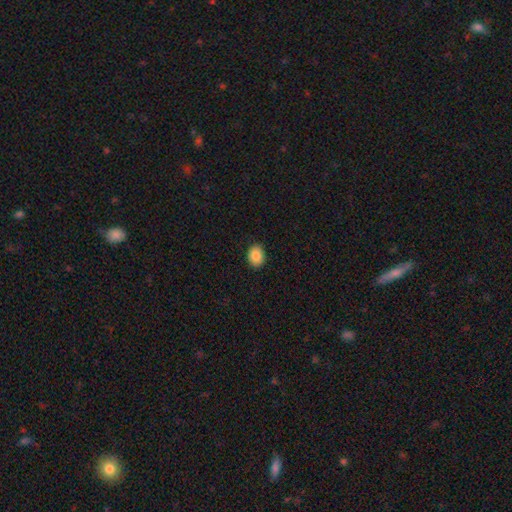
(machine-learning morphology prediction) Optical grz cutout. It shows a smooth galaxy with no disk features (86%) that is in between round and cigar-shaped (54%). Merging: none (90%).